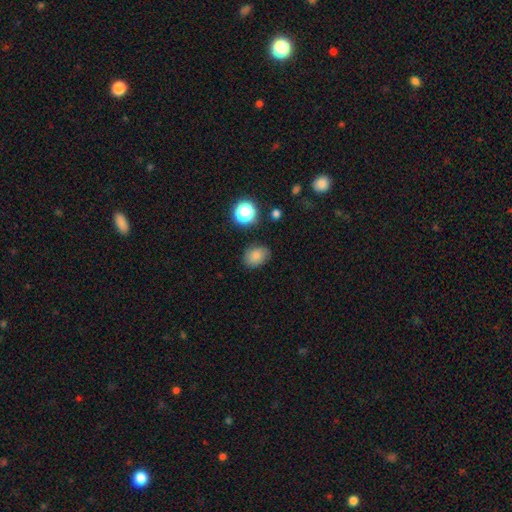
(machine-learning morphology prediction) A smooth galaxy with no disk features (81%) that is in between round and cigar-shaped (65%).

Vote fractions:
- Smooth or featured? smooth: 81% / star or artifact: 13% / featured or disk: 6%
- How rounded? in between: 65% / round: 34% / cigar-shaped: 1%
- Merging? none: 80% / minor disturbance: 14% / major disturbance: 4% / merger: 2%